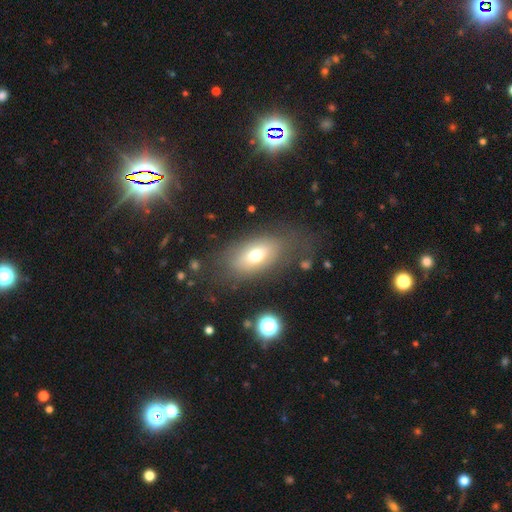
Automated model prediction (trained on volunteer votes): A smooth galaxy with no disk features (67%) that is in between round and cigar-shaped (86%).

Vote fractions:
- Smooth or featured? smooth: 67% / featured or disk: 23% / star or artifact: 10%
- How rounded? in between: 86% / round: 10% / cigar-shaped: 5%
- Merging? none: 66% / minor disturbance: 17% / major disturbance: 14% / merger: 3%